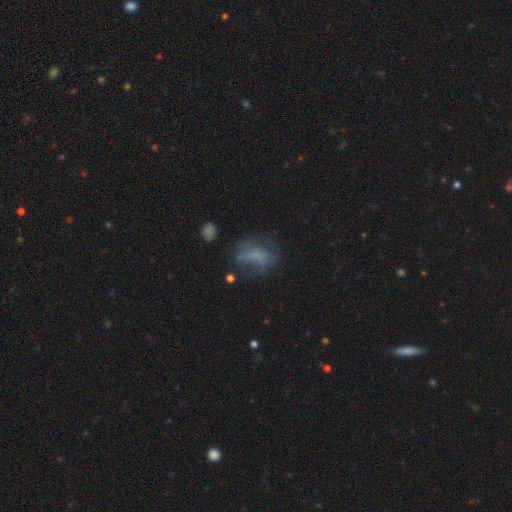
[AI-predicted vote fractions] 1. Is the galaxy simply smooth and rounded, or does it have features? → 51% smooth, 31% featured or disk, 18% star or artifact.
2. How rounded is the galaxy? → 77% in between, 16% round, 7% cigar-shaped.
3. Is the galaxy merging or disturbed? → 43% none, 28% major disturbance, 25% minor disturbance, 5% merger.